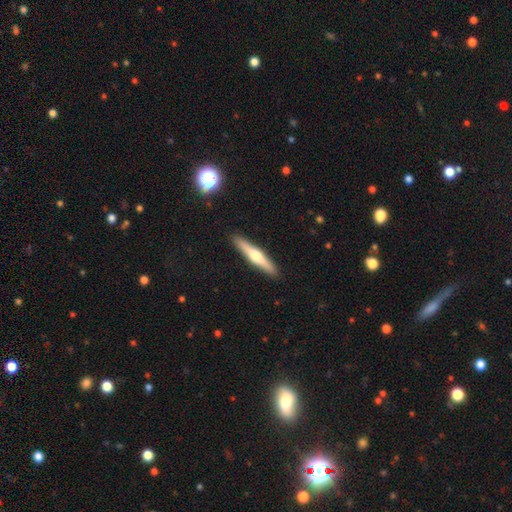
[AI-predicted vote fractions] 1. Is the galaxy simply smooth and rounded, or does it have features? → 54% featured or disk, 41% smooth, 5% star or artifact.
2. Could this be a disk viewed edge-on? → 96% yes, 4% no.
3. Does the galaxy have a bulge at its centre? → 88% rounded, 6% none, 5% boxy.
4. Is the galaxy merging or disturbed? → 91% none, 6% minor disturbance, 1% major disturbance, 1% merger.